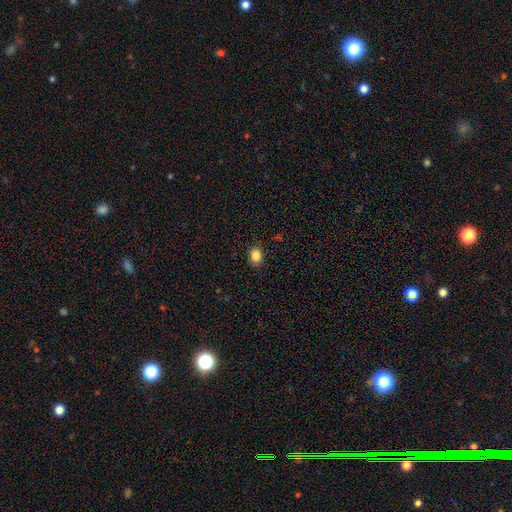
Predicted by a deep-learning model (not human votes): The model was most divided on "how rounded": in between: 55%, round: 44%, cigar-shaped: 1%. More confident: merging — none (88%); smooth or featured — smooth (86%).